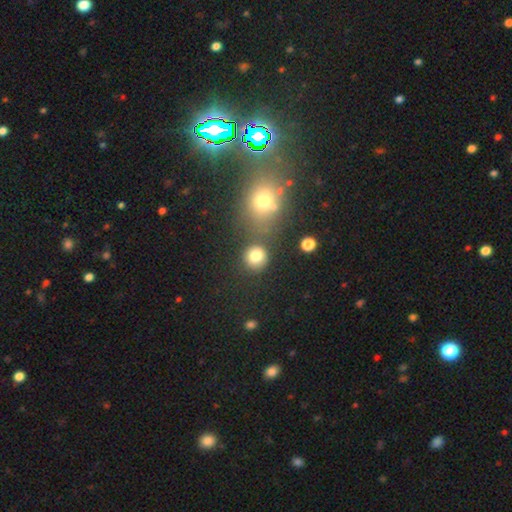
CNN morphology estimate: The model was most divided on "merging": none: 75%, merger: 11%, minor disturbance: 10%, major disturbance: 4%. More confident: how rounded — round (85%); smooth or featured — smooth (80%).